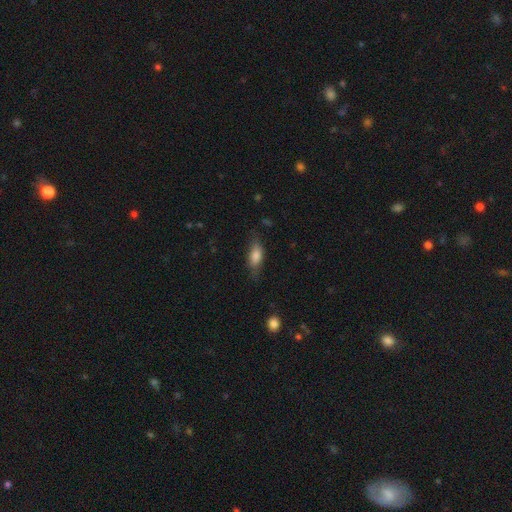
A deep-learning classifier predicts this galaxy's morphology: smooth_or_featured: smooth (p=0.78) [alt: featured or disk p=0.15]
how_rounded: in between (p=0.75) [alt: cigar-shaped p=0.22]
merging: none (p=0.67) [alt: minor disturbance p=0.24]